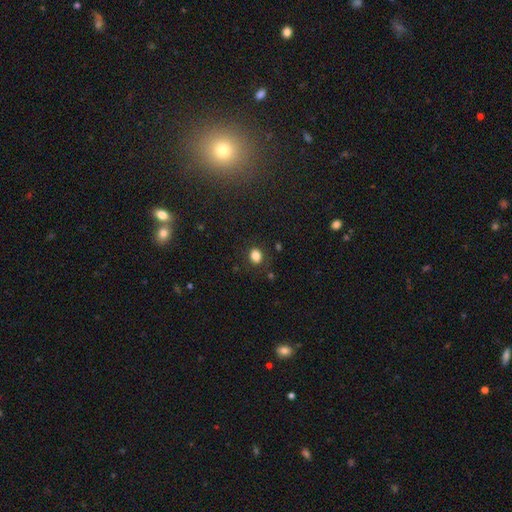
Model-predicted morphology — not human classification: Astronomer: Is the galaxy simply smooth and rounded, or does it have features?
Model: smooth — 84%.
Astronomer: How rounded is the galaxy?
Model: in between — 50% (runner-up: round, 49%).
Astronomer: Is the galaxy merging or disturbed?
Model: none — 85%.